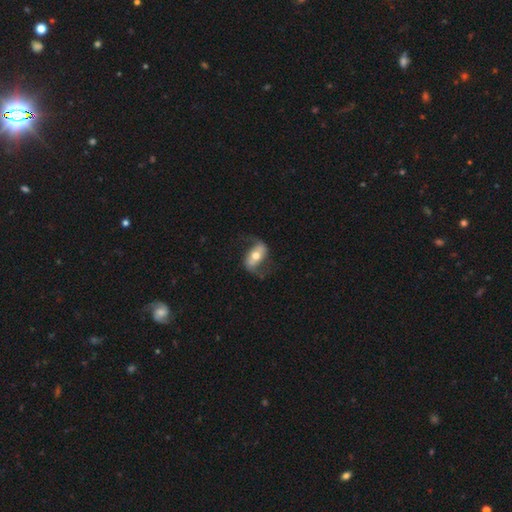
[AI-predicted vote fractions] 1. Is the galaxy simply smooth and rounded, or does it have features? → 68% featured or disk, 26% smooth, 6% star or artifact.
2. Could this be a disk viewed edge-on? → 92% no, 8% yes.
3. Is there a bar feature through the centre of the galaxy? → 37% no, 33% strong, 30% weak.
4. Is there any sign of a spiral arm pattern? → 84% yes, 16% no.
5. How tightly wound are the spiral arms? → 66% loose, 26% medium, 8% tight.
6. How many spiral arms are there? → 90% 2, 4% can't tell, 2% 1, 1% 3, 1% 4, 1% more than 4.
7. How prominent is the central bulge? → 70% moderate, 15% large, 13% small, 2% dominant, 1% none.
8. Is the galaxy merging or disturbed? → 66% none, 18% minor disturbance, 15% major disturbance, 2% merger.